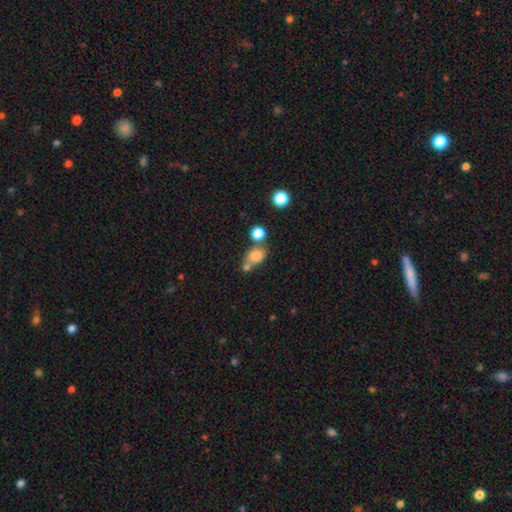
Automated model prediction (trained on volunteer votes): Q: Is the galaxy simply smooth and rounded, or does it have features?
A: smooth — 78%.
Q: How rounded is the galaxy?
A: in between — 52%.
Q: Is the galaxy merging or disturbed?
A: none — 42%.